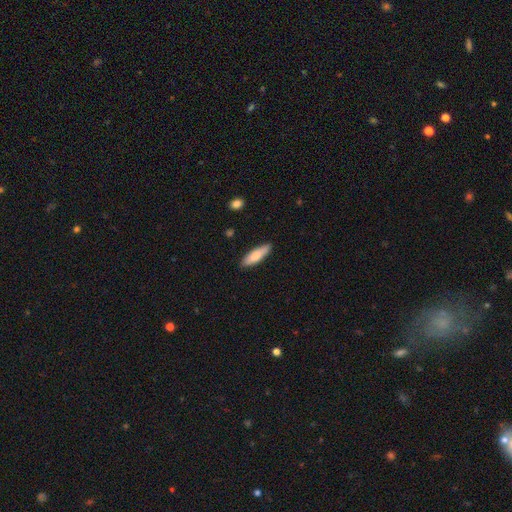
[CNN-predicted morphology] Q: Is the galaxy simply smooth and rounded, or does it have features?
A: smooth — 76%.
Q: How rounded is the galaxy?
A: cigar-shaped — 55%.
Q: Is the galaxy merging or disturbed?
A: none — 86%.